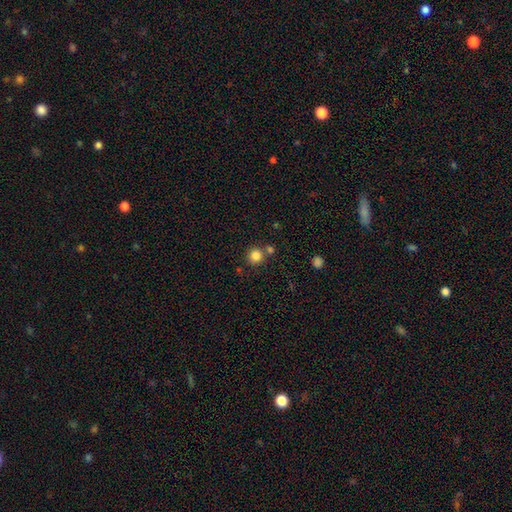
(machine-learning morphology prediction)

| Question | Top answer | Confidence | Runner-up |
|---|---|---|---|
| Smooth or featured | smooth | 83% | star or artifact (11%) |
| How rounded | round | 93% | in between (6%) |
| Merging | none | 74% | merger (15%) |